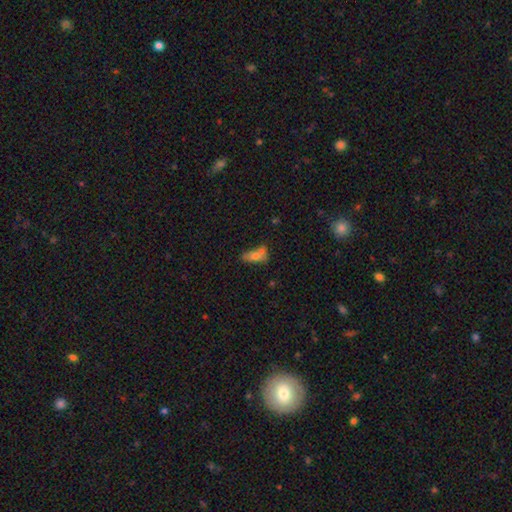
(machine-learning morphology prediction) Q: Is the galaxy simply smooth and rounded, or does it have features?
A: smooth — 67%.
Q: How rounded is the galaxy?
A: in between — 77%.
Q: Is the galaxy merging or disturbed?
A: none — 36%.